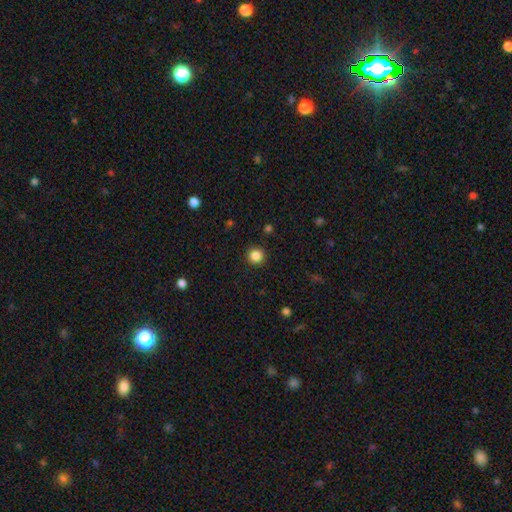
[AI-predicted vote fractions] Smooth or featured? smooth (85%)
How rounded? round (95%)
Merging? none (92%)